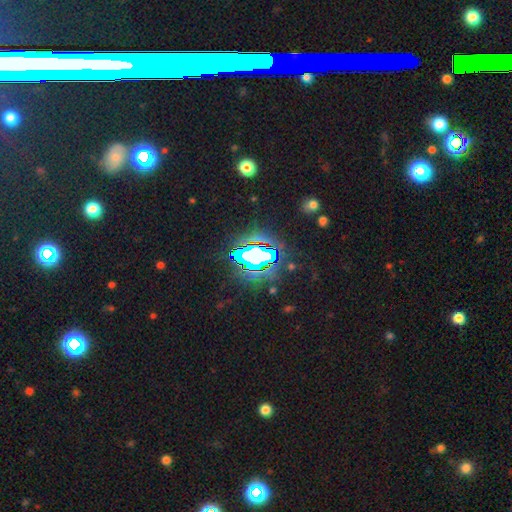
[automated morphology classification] type=star or artifact (70%).